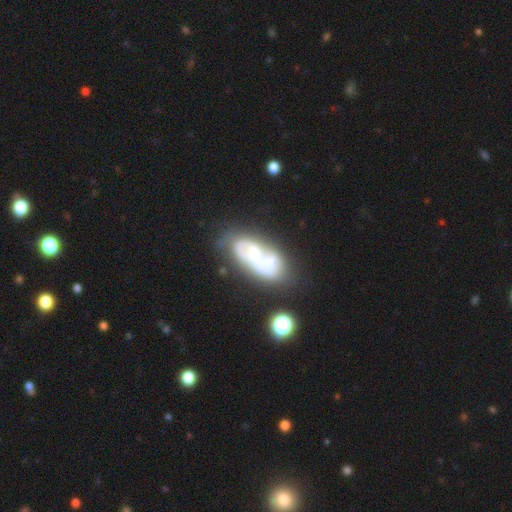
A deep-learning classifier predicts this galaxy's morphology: Smooth or featured?
  - featured or disk: 67% *
  - smooth: 25%
  - star or artifact: 8%
Edge-on disk?
  - no: 93% *
  - yes: 7%
Bar?
  - no: 63% *
  - weak: 28%
  - strong: 9%
Spiral arms?
  - yes: 69% *
  - no: 31%
Bulge size?
  - small: 41% *
  - moderate: 38%
  - none: 12%
  - large: 7%
  - dominant: 2%
Merging?
  - none: 46% *
  - minor disturbance: 23%
  - merger: 16%
  - major disturbance: 15%